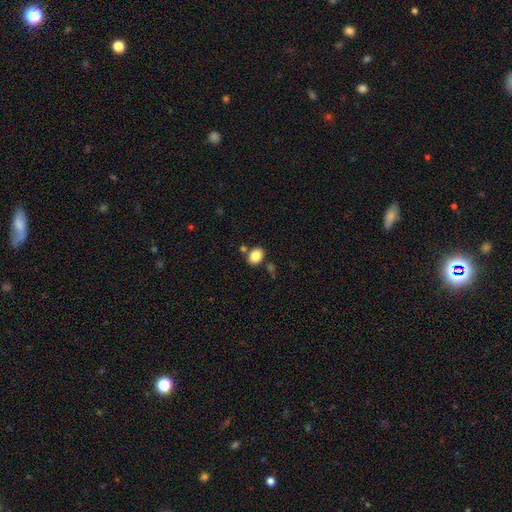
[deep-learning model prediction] This appears to be a smooth galaxy with no disk features (85%) that is in between round and cigar-shaped (56%). Merging: none (78%).